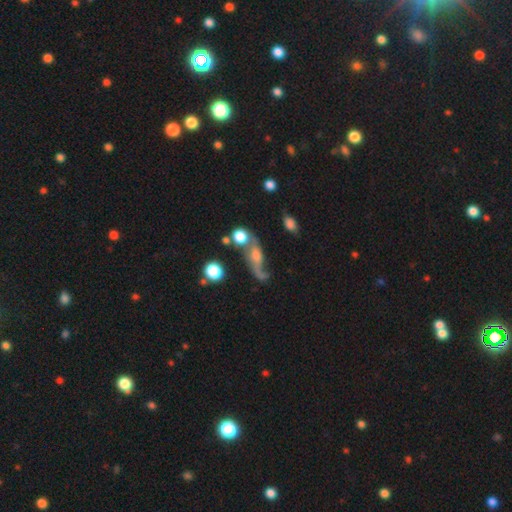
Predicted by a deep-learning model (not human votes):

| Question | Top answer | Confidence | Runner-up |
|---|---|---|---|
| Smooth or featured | featured or disk | 67% | smooth (20%) |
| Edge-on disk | no | 84% | yes (16%) |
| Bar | no | 62% | weak (29%) |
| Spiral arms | yes | 85% | no (15%) |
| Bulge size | moderate | 40% | small (31%) |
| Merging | none | 45% | major disturbance (19%) |